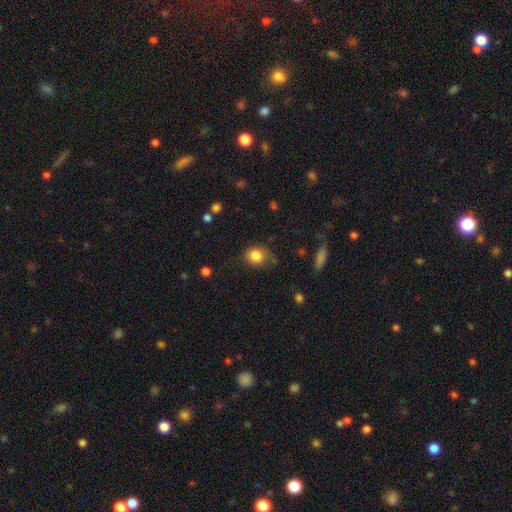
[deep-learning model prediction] This is clearly a smooth galaxy (84%). How rounded: likely round (67%). Merging: likely none (62%).